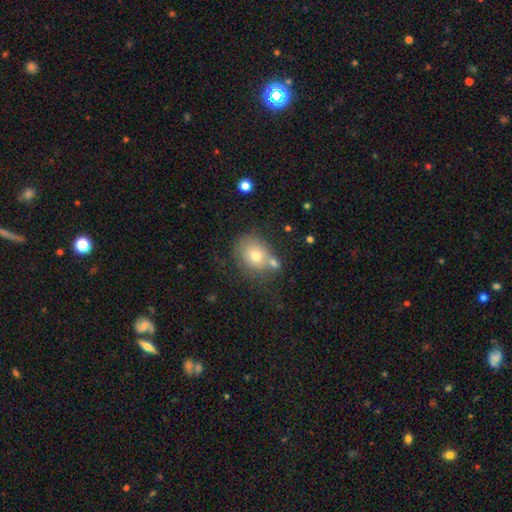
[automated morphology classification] Smooth or featured? Predicted: smooth (p=0.72). How rounded? Predicted: round (p=0.51). Merging? Predicted: none (p=0.52).